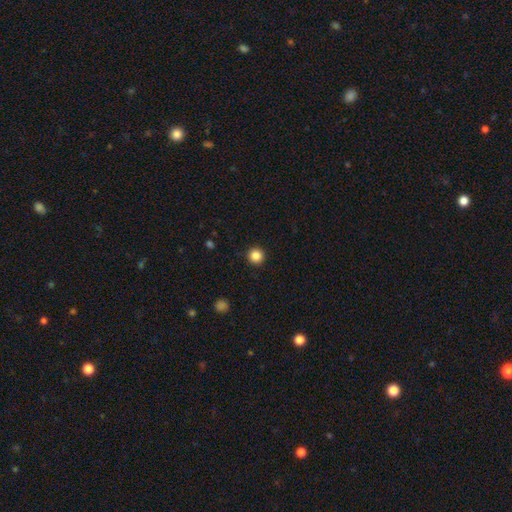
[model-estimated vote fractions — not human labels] smooth_or_featured: smooth (p=0.85) [alt: star or artifact p=0.11]
how_rounded: round (p=0.96) [alt: in between p=0.03]
merging: none (p=0.93) [alt: minor disturbance p=0.05]